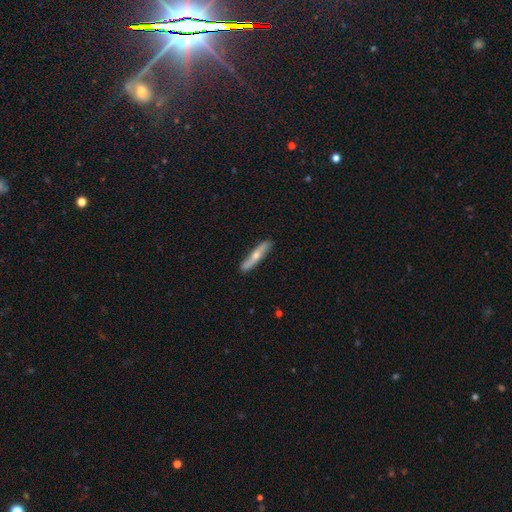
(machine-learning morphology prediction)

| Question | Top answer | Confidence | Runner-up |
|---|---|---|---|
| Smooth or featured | featured or disk | 50% | smooth (45%) |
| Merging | none | 85% | minor disturbance (12%) |